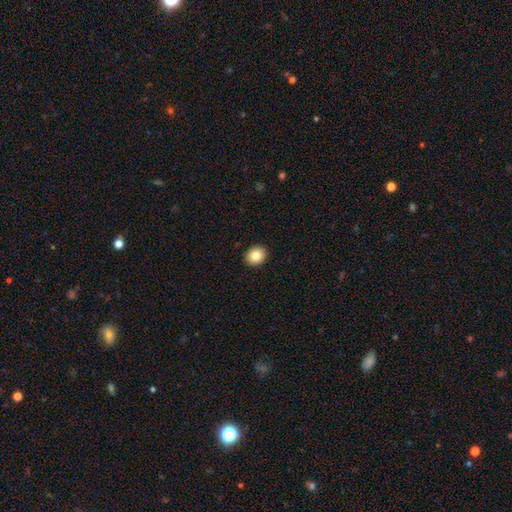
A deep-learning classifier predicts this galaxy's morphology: The model was most divided on "how rounded": round: 65%, in between: 34%, cigar-shaped: 1%. More confident: merging — none (92%); smooth or featured — smooth (82%).